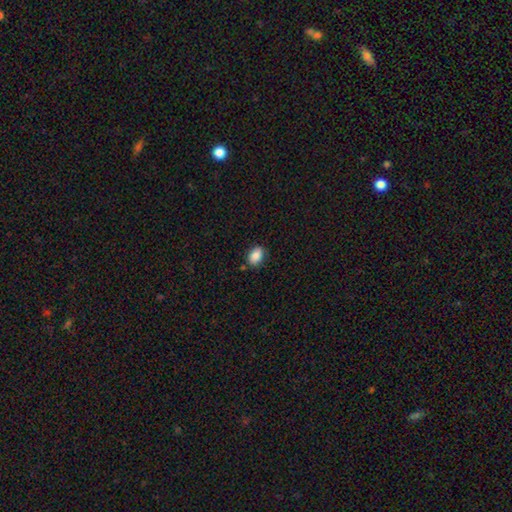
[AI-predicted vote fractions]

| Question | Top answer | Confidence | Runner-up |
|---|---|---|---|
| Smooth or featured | smooth | 87% | star or artifact (8%) |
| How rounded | in between | 80% | round (18%) |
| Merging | none | 81% | minor disturbance (13%) |